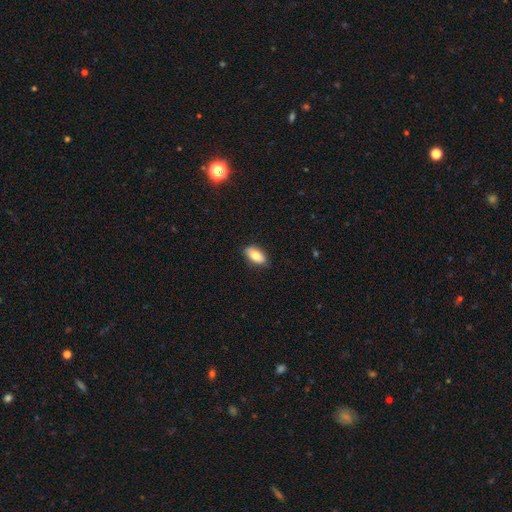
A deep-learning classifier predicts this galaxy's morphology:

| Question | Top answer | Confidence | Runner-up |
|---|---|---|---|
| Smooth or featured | smooth | 80% | featured or disk (13%) |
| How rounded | in between | 90% | cigar-shaped (6%) |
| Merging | none | 87% | minor disturbance (11%) |